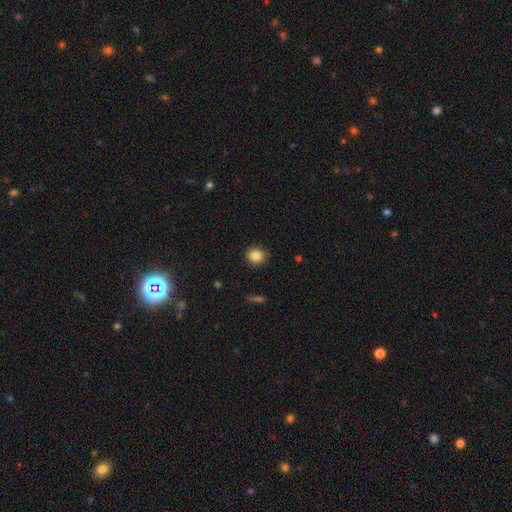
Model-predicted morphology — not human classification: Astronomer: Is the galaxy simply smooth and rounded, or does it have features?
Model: smooth — 85%.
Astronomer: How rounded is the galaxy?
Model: round — 84%.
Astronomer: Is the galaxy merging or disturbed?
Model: none — 89%.